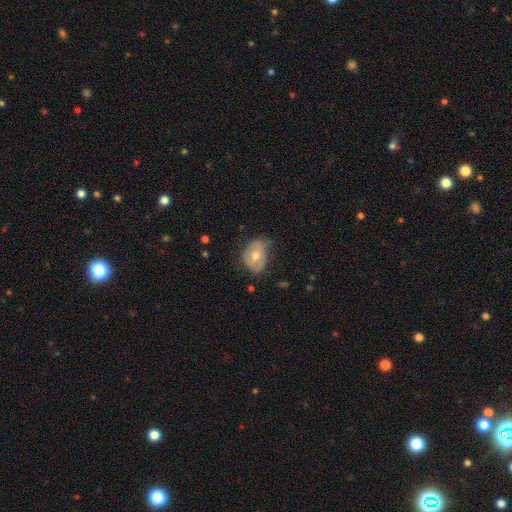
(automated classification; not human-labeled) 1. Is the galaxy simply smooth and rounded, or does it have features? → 53% smooth, 40% featured or disk, 8% star or artifact.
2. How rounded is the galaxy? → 63% in between, 36% round, 1% cigar-shaped.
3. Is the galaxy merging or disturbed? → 50% none, 37% minor disturbance, 11% major disturbance, 2% merger.